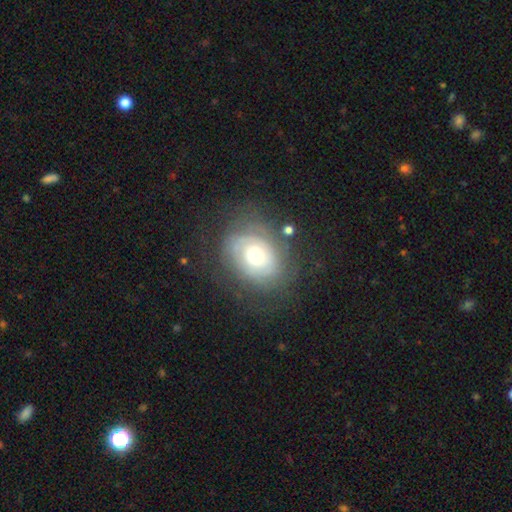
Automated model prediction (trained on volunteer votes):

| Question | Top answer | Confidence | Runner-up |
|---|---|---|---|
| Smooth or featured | featured or disk | 63% | smooth (29%) |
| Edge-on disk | no | 96% | yes (4%) |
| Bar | no | 84% | weak (13%) |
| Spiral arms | yes | 74% | no (26%) |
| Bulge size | moderate | 65% | small (23%) |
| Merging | none | 71% | minor disturbance (17%) |